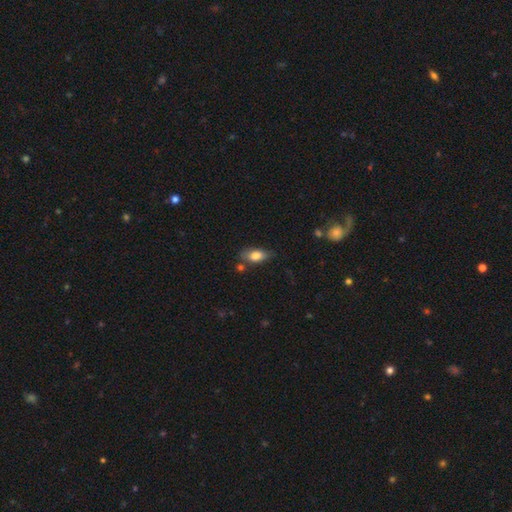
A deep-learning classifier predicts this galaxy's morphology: A smooth galaxy with no disk features (76%) that is in between round and cigar-shaped (85%). Merging: none (63%).